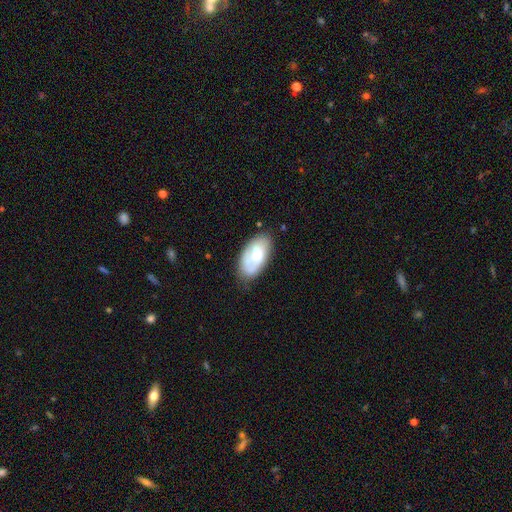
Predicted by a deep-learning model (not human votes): smooth-or-featured: smooth: 58% | featured or disk: 35% | star or artifact: 7%
  how-rounded: in between: 95% | round: 3% | cigar-shaped: 2%
  merging: none: 63% | minor disturbance: 25% | major disturbance: 8% | merger: 3%